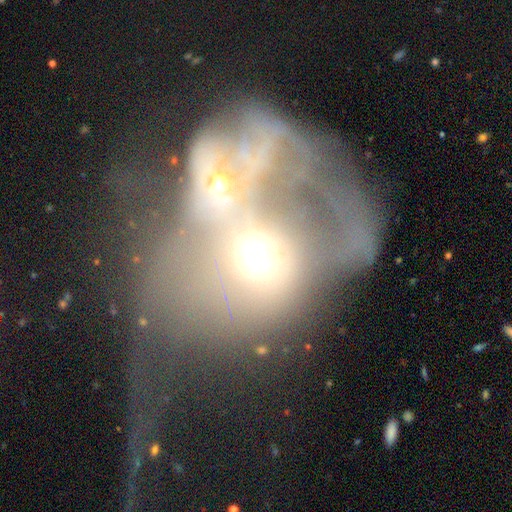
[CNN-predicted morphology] smooth_or_featured: featured or disk (p=0.57) [alt: smooth p=0.29]
disk_edge_on: no (p=0.95) [alt: yes p=0.05]
bar: no (p=0.78) [alt: weak p=0.15]
has_spiral_arms: no (p=0.67) [alt: yes p=0.33]
bulge_size: moderate (p=0.57) [alt: small p=0.19]
merging: merger (p=0.64) [alt: major disturbance p=0.27]